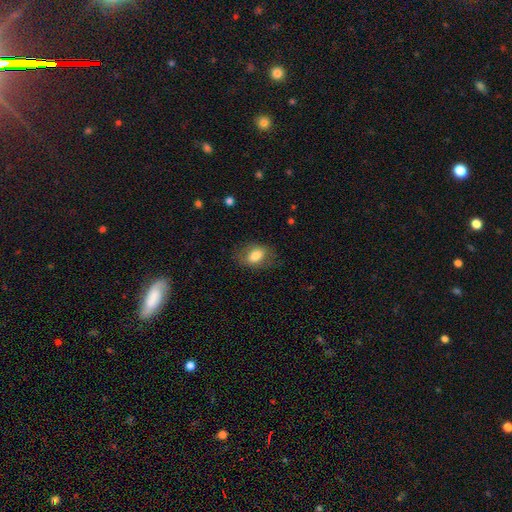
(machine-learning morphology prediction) Smooth or featured? Predicted: smooth (p=0.73). How rounded? Predicted: in between (p=0.81). Merging? Predicted: none (p=0.75).